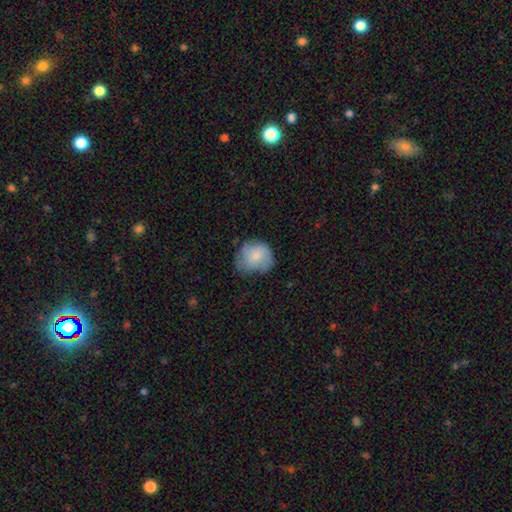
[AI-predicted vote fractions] Morphology: type=smooth (71%); roundness=round (72%); merging=none (54%).